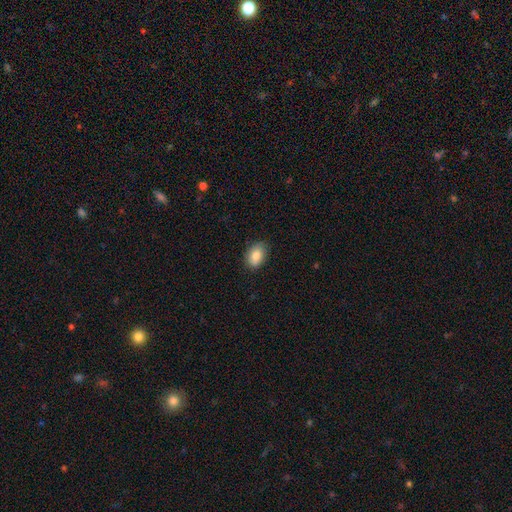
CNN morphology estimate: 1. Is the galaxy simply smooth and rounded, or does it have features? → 85% smooth, 8% star or artifact, 7% featured or disk.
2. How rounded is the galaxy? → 85% in between, 13% round, 1% cigar-shaped.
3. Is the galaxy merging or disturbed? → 83% none, 13% minor disturbance, 3% major disturbance, 1% merger.